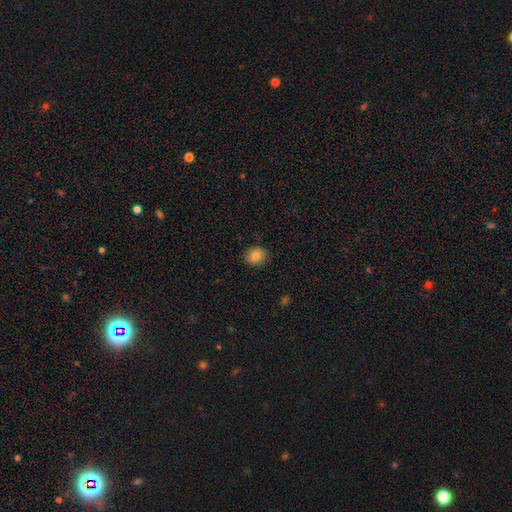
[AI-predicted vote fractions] A smooth galaxy with no disk features (80%) that is round (71%). Merging: none (87%).